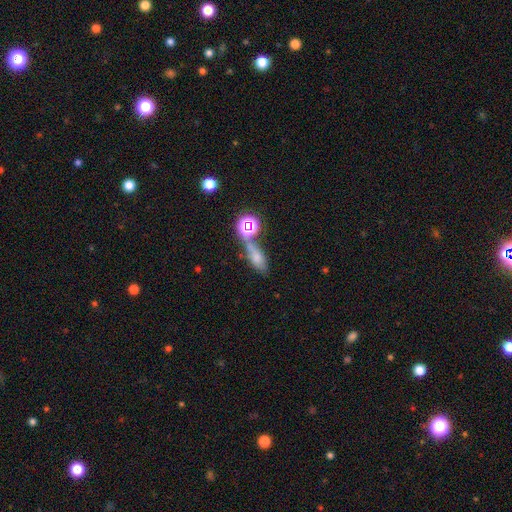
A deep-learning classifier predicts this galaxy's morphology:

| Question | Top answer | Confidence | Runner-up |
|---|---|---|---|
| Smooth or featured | smooth | 62% | star or artifact (22%) |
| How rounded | in between | 60% | cigar-shaped (24%) |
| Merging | none | 45% | merger (26%) |